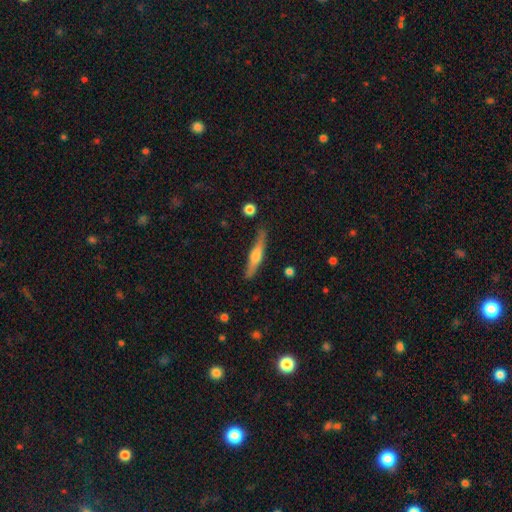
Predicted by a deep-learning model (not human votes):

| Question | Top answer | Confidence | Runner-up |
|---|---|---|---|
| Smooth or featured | featured or disk | 57% | smooth (38%) |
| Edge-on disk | yes | 95% | no (5%) |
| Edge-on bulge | rounded | 84% | boxy (9%) |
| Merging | none | 83% | minor disturbance (12%) |